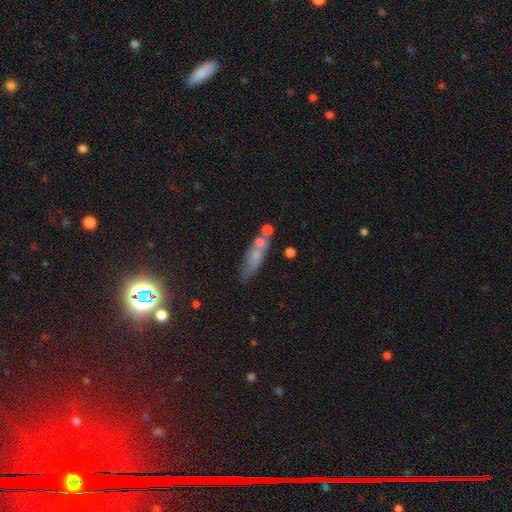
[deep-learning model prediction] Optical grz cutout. It shows a smooth galaxy with no disk features (58%) that is cigar-shaped (59%). Merging: none (56%).